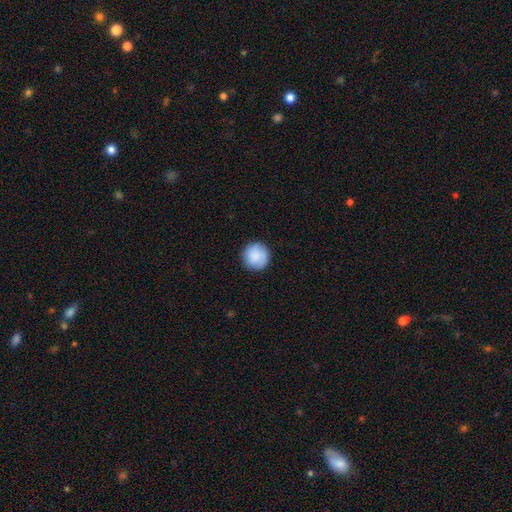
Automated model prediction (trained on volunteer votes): A smooth galaxy with no disk features (86%) that is round (95%).

Vote fractions:
- Smooth or featured? smooth: 86% / featured or disk: 8% / star or artifact: 6%
- How rounded? round: 95% / in between: 4% / cigar-shaped: 1%
- Merging? none: 88% / minor disturbance: 9% / major disturbance: 2% / merger: 1%